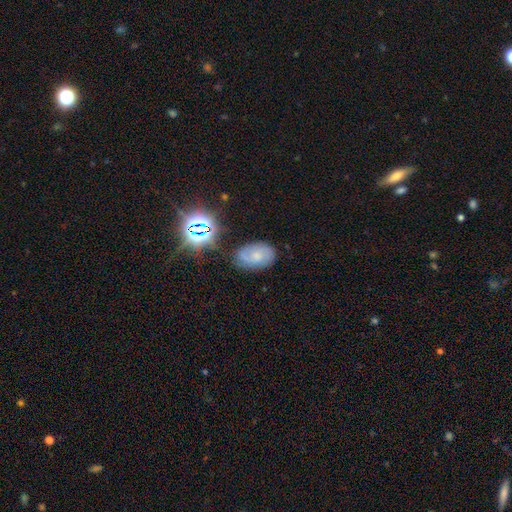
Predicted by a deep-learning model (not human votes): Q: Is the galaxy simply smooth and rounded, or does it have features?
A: featured or disk — 46%.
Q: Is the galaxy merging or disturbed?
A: none — 69%.